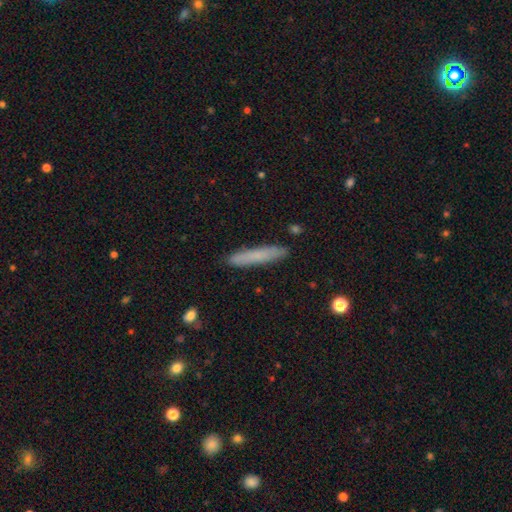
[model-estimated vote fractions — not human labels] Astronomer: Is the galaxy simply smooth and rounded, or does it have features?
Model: smooth — 74%.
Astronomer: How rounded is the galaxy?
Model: cigar-shaped — 94%.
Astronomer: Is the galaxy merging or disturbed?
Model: none — 89%.